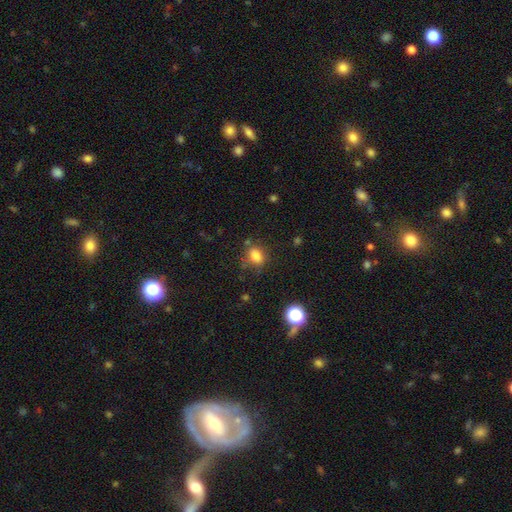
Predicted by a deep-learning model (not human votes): Q: Smooth or featured?
A: smooth (80%); runner-up: star or artifact (12%)
Q: How rounded?
A: in between (69%); runner-up: round (28%)
Q: Merging?
A: none (71%); runner-up: minor disturbance (18%)